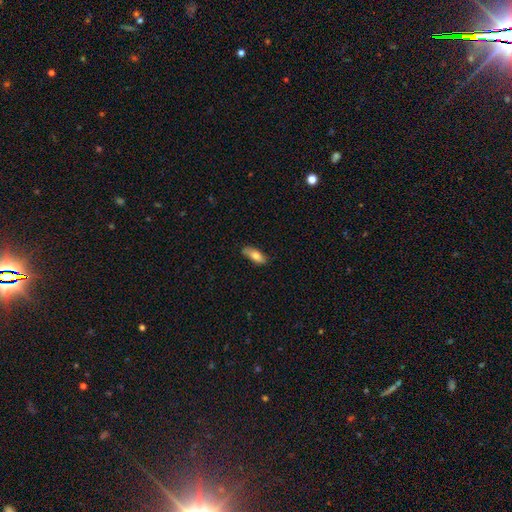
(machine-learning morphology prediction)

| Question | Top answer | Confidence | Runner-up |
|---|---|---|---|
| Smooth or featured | smooth | 75% | featured or disk (19%) |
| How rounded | in between | 68% | cigar-shaped (30%) |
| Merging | none | 79% | minor disturbance (17%) |